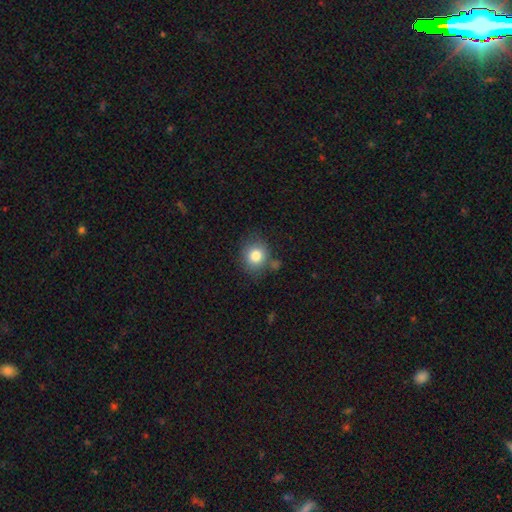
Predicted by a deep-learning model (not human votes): Smooth or featured? Predicted: smooth (p=0.82). How rounded? Predicted: round (p=0.75). Merging? Predicted: none (p=0.74).